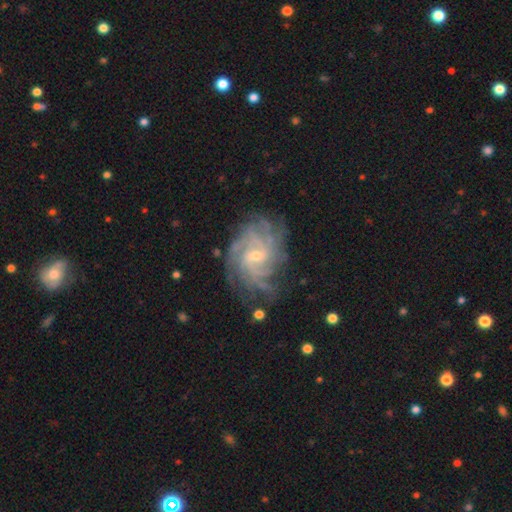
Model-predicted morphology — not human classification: A featured or disk galaxy (89%) with no bar (50%), 4 (26%) tight (64%) spiral arms (98%) and a small central bulge (69%). Merging: none (74%).